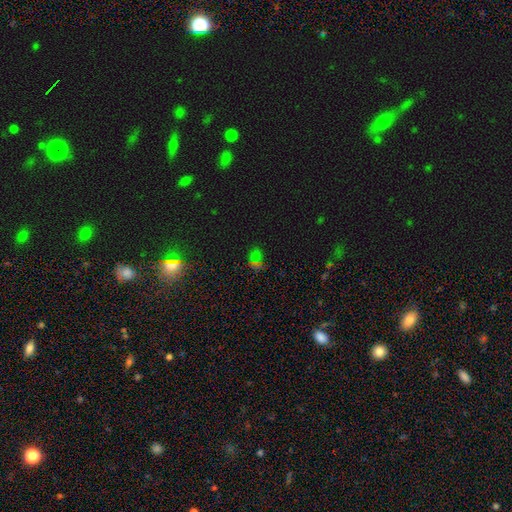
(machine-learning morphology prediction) Smooth or featured?
  - star or artifact: 51% *
  - smooth: 39%
  - featured or disk: 10%